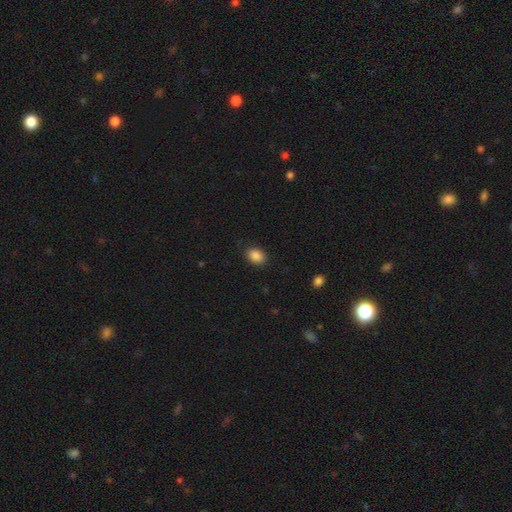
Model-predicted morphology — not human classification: Smooth or featured?
  - smooth: 88% *
  - star or artifact: 9%
  - featured or disk: 4%
How rounded?
  - in between: 68% *
  - round: 31%
  - cigar-shaped: 1%
Merging?
  - none: 87% *
  - minor disturbance: 9%
  - major disturbance: 3%
  - merger: 1%